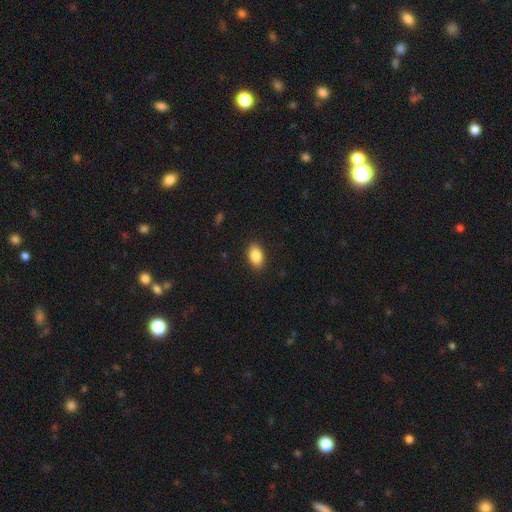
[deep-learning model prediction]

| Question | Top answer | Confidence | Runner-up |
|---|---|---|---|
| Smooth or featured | smooth | 87% | star or artifact (7%) |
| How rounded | in between | 91% | round (7%) |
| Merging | none | 89% | minor disturbance (8%) |